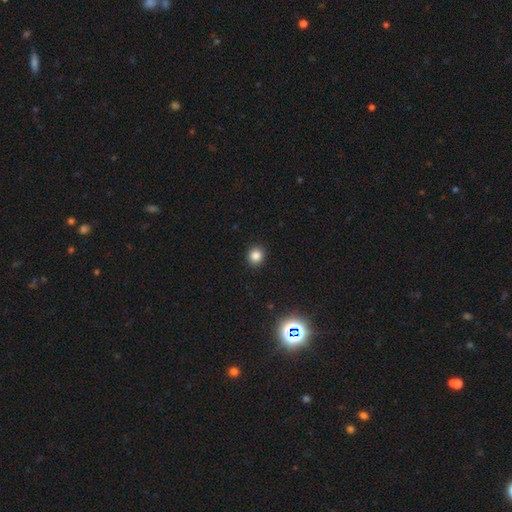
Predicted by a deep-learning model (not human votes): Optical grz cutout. It shows a smooth galaxy with no disk features (83%) that is round (86%). Merging: none (92%).